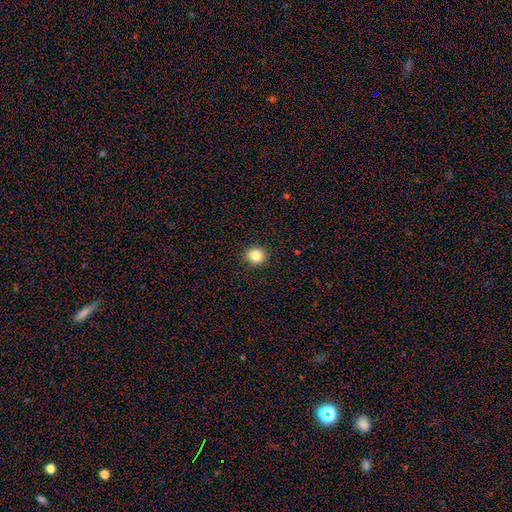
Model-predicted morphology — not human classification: Q: Smooth or featured?
A: smooth (84%); runner-up: star or artifact (11%)
Q: How rounded?
A: round (82%); runner-up: in between (17%)
Q: Merging?
A: none (91%); runner-up: minor disturbance (6%)